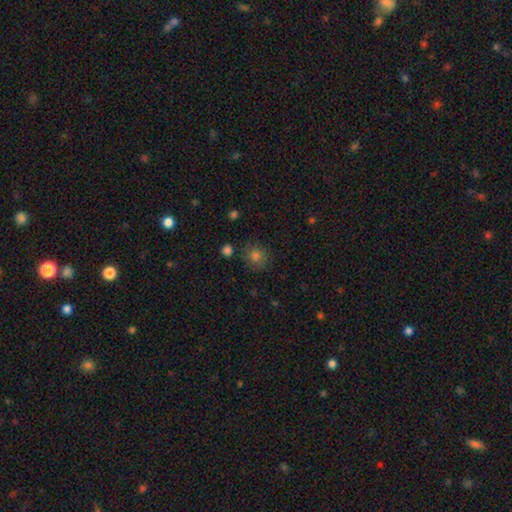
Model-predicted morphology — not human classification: smooth 77%, star or artifact 16%, featured or disk 7%. Down the decision tree: how rounded — round (88%); merging — none (84%).